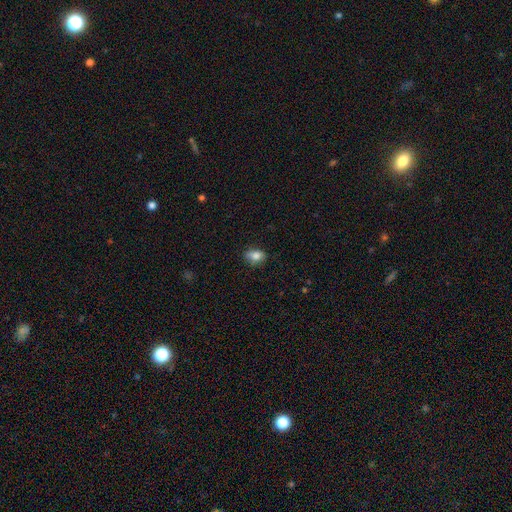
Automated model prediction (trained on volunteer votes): smooth 81%, star or artifact 9%, featured or disk 9%. Down the decision tree: how rounded — in between (72%); merging — none (73%).